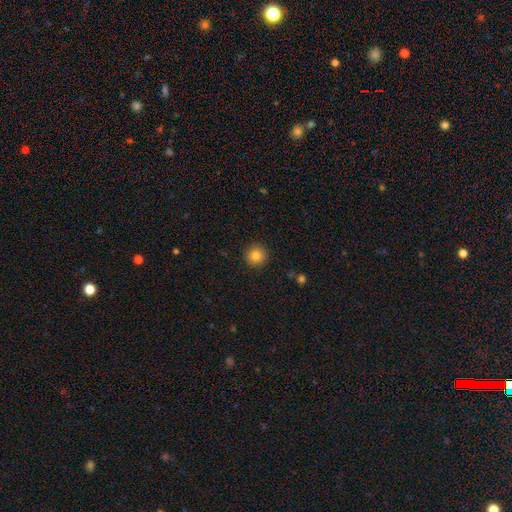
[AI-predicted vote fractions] smooth 84%, star or artifact 10%, featured or disk 6%. Down the decision tree: how rounded — round (95%); merging — none (92%).